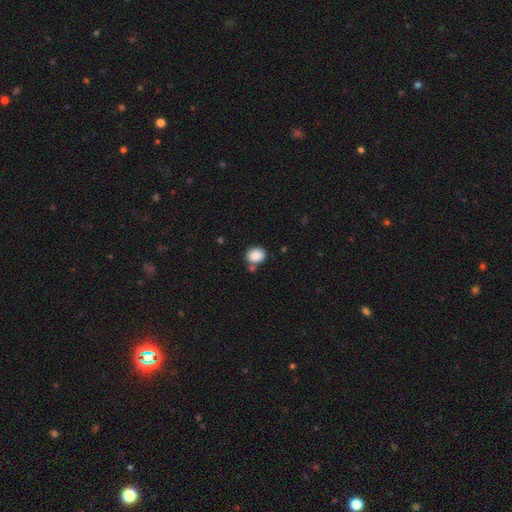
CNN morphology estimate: A smooth galaxy with no disk features (88%) that is round (65%). Merging: none (69%).